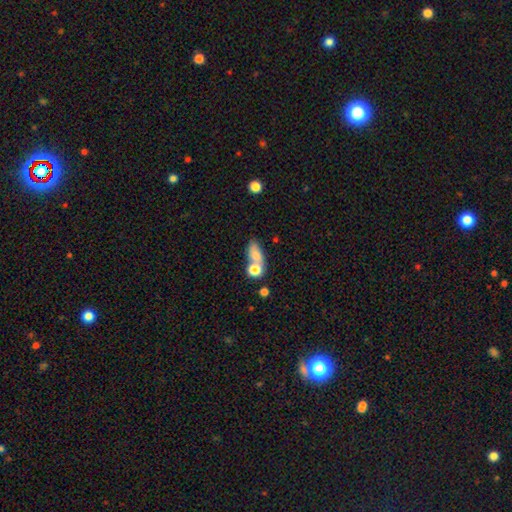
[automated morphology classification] The model was most divided on "merging": merger: 44%, none: 33%, minor disturbance: 13%, major disturbance: 10%. More confident: smooth or featured — smooth (73%); how rounded — in between (65%).